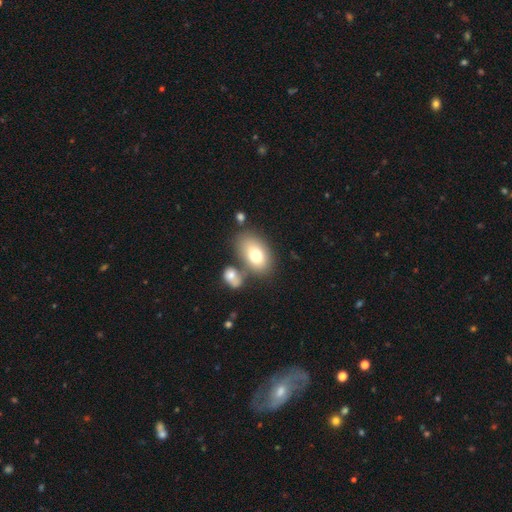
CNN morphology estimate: Smooth or featured?
  - smooth: 73% *
  - featured or disk: 19%
  - star or artifact: 8%
How rounded?
  - in between: 89% *
  - round: 10%
  - cigar-shaped: 2%
Merging?
  - none: 54% *
  - merger: 25%
  - minor disturbance: 15%
  - major disturbance: 6%